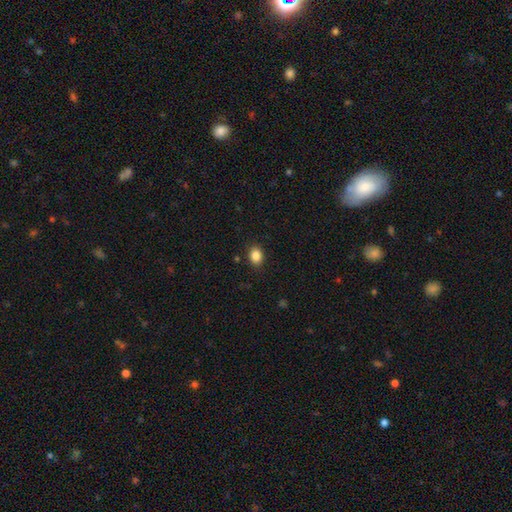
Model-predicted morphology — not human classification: Smooth or featured? Predicted: smooth (p=0.86). How rounded? Predicted: in between (p=0.59). Merging? Predicted: none (p=0.88).